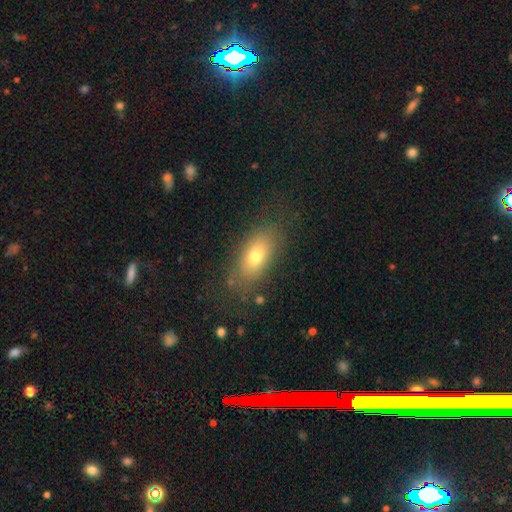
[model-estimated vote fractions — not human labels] Smooth or featured? Predicted: smooth (p=0.71). How rounded? Predicted: in between (p=0.84). Merging? Predicted: none (p=0.76).